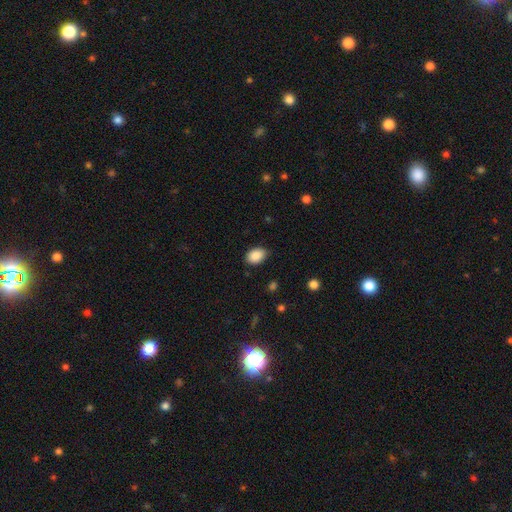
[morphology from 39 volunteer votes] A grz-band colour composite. It shows a smooth galaxy with no disk features (82%) that is in between round and cigar-shaped (69%). Merging: none (74%).